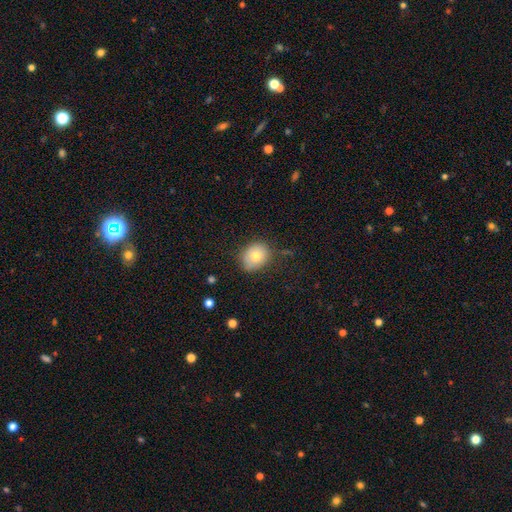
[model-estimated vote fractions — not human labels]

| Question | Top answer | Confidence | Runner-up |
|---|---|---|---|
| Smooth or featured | smooth | 75% | featured or disk (16%) |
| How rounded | round | 54% | in between (45%) |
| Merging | none | 76% | minor disturbance (17%) |